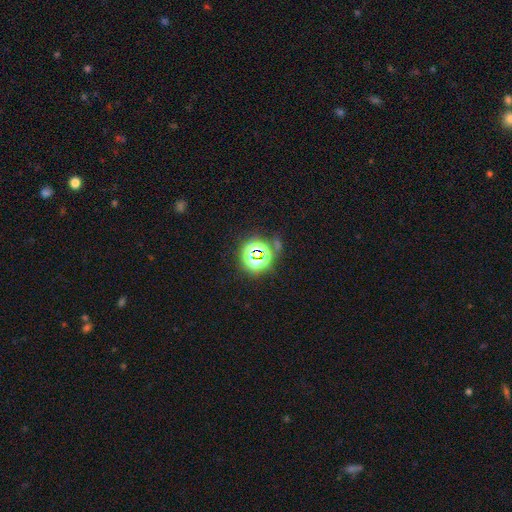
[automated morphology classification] Smooth or featured?
  - star or artifact: 70% *
  - smooth: 21%
  - featured or disk: 9%